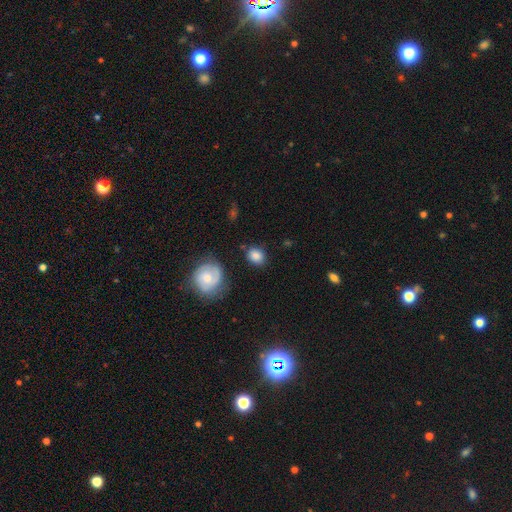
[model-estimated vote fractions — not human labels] Q: Smooth or featured?
A: smooth (81%); runner-up: featured or disk (11%)
Q: How rounded?
A: round (57%); runner-up: in between (42%)
Q: Merging?
A: none (78%); runner-up: minor disturbance (14%)